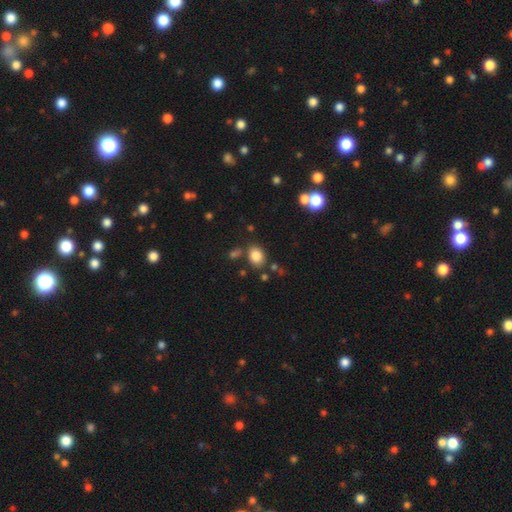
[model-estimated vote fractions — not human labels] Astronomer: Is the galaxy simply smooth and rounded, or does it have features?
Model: smooth — 83%.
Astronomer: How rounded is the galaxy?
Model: in between — 62%.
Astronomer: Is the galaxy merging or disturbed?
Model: none — 75%.